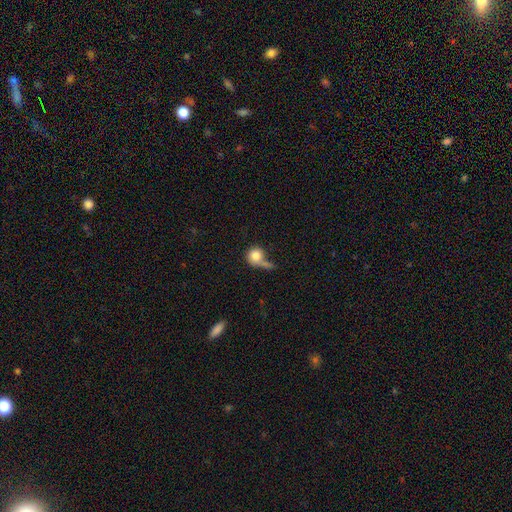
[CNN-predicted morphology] smooth_or_featured: smooth (p=0.78) [alt: featured or disk p=0.14]
how_rounded: round (p=0.85) [alt: in between p=0.14]
merging: none (p=0.32) [alt: major disturbance p=0.26]